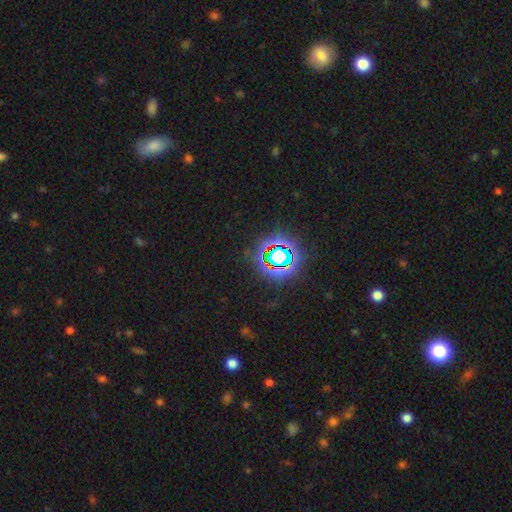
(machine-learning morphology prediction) smooth-or-featured: star or artifact: 79% | smooth: 14% | featured or disk: 8%